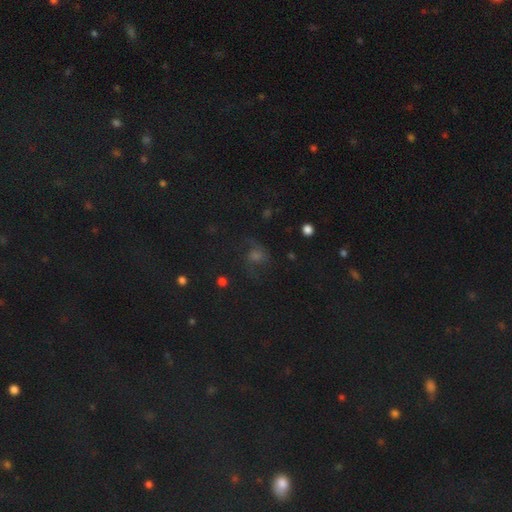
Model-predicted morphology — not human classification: featured or disk 36%, star or artifact 35%, smooth 29%. Down the decision tree: merging — none (62%).